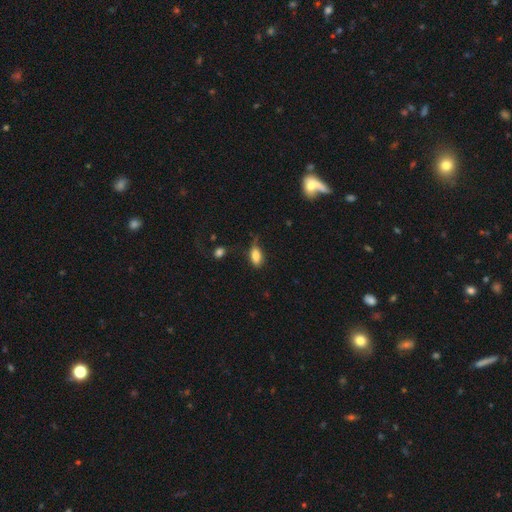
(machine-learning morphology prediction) smooth-or-featured: smooth: 83% | featured or disk: 9% | star or artifact: 8%
  how-rounded: in between: 88% | cigar-shaped: 7% | round: 5%
  merging: none: 59% | minor disturbance: 29% | major disturbance: 9% | merger: 3%